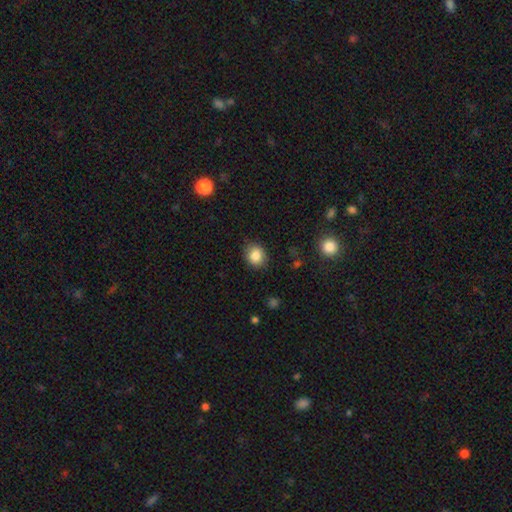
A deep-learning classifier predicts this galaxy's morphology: smooth_or_featured: smooth (p=0.84) [alt: star or artifact p=0.09]
how_rounded: round (p=0.66) [alt: in between p=0.34]
merging: none (p=0.85) [alt: minor disturbance p=0.11]